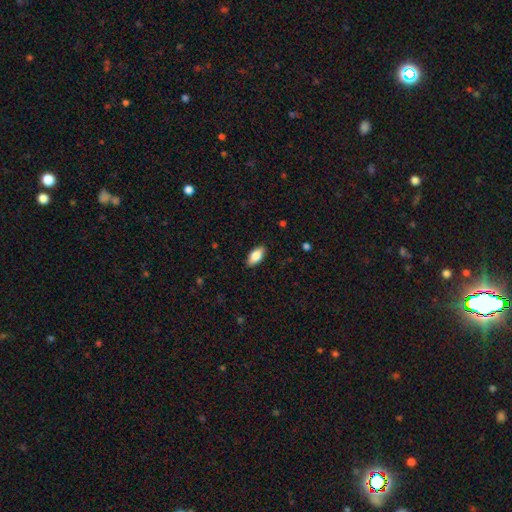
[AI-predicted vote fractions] Smooth or featured? Predicted: smooth (p=0.80). How rounded? Predicted: in between (p=0.89). Merging? Predicted: none (p=0.88).